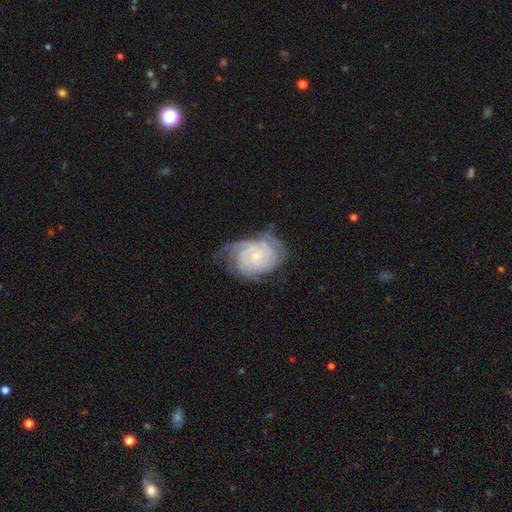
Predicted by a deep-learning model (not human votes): Q: Smooth or featured?
A: featured or disk (82%); runner-up: smooth (11%)
Q: Edge-on disk?
A: no (97%); runner-up: yes (3%)
Q: Bar?
A: no (75%); runner-up: weak (21%)
Q: Spiral arms?
A: yes (95%); runner-up: no (5%)
Q: Spiral winding?
A: tight (69%); runner-up: medium (25%)
Q: Spiral arm count?
A: can't tell (32%); runner-up: 4 (21%)
Q: Bulge size?
A: small (76%); runner-up: moderate (18%)
Q: Merging?
A: none (55%); runner-up: minor disturbance (25%)